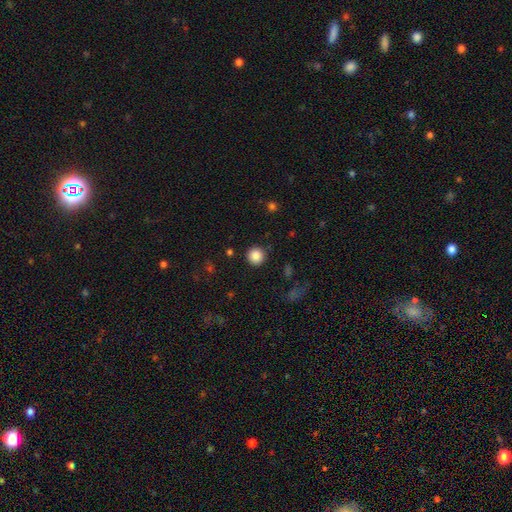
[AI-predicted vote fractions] A smooth galaxy with no disk features (87%) that is round (95%). Merging: none (91%).